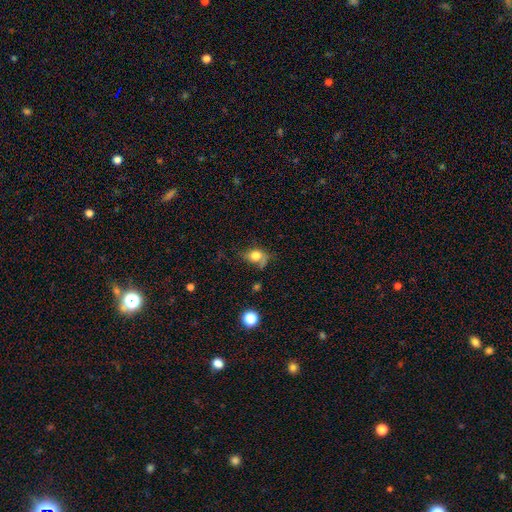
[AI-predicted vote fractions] smooth_or_featured: smooth (p=0.71) [alt: featured or disk p=0.18]
how_rounded: in between (p=0.54) [alt: round p=0.44]
merging: none (p=0.44) [alt: minor disturbance p=0.30]